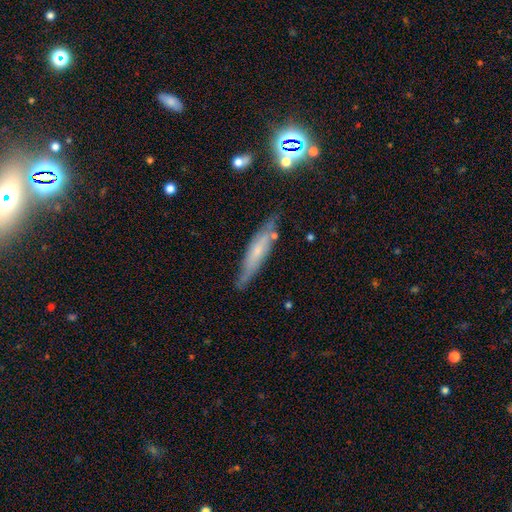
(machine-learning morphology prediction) Overall: featured or disk (48%; smooth 33%). Merging: none (77%).